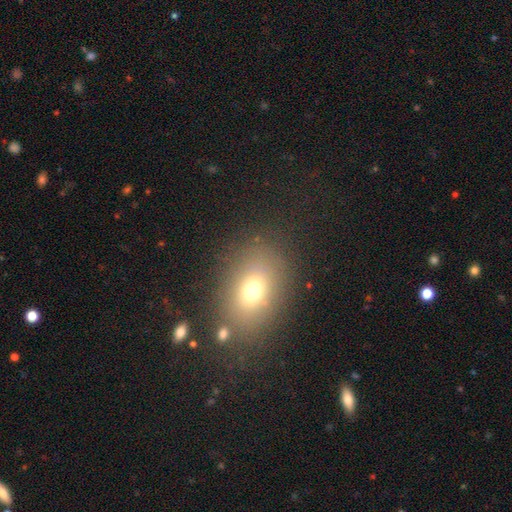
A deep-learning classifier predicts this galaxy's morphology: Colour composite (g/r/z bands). It shows a smooth galaxy with no disk features (70%) that is in between round and cigar-shaped (72%). Merging: none (80%).